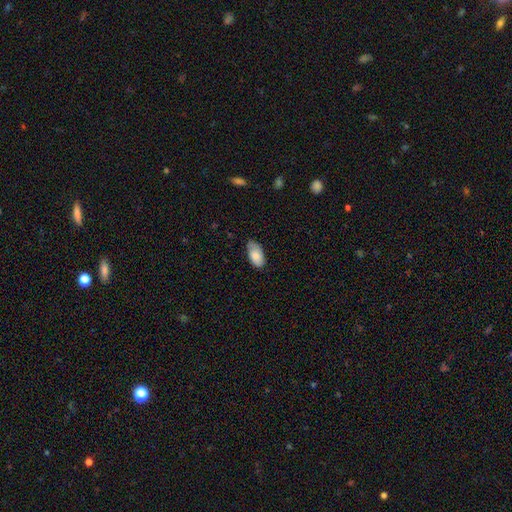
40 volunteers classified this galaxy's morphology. Volunteers were most divided on "merging": none: 54%, minor disturbance: 38%, major disturbance: 5%, merger: 3%. More confident: how rounded — in between (97%); smooth or featured — smooth (92%).